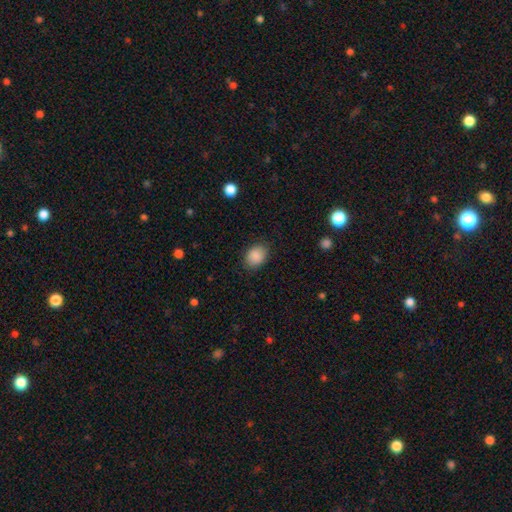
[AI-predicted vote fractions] Smooth or featured? Predicted: smooth (p=0.89). How rounded? Predicted: in between (p=0.60). Merging? Predicted: none (p=0.83).